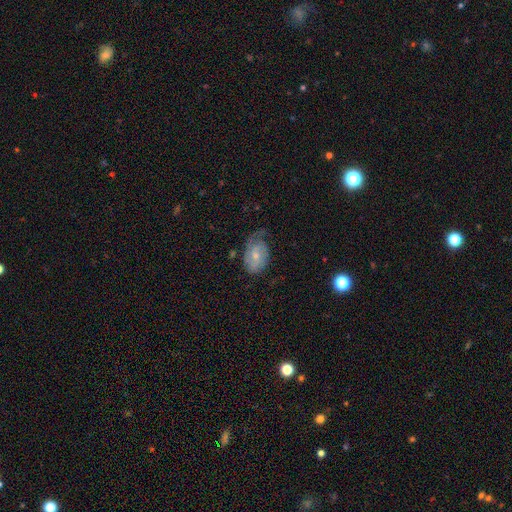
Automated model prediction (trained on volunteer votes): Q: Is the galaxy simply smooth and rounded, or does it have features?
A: featured or disk — 62%.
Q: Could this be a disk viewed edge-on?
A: no — 96%.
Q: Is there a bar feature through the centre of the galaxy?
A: no — 65%.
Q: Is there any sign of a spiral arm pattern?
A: yes — 85%.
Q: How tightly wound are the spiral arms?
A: tight — 47%.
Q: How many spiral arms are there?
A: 1 — 36%.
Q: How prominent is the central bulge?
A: small — 50%.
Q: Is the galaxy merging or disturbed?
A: none — 45%.